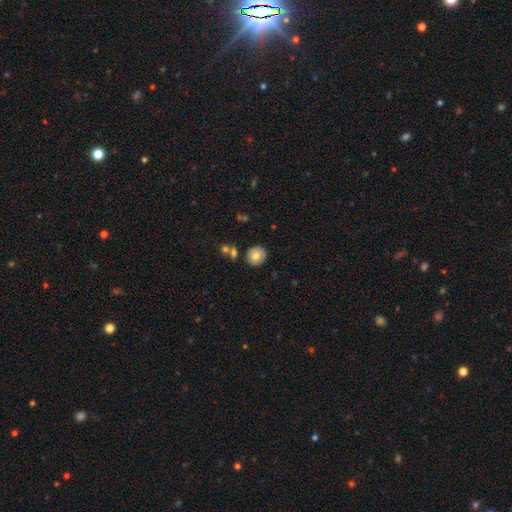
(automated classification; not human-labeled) Smooth or featured? smooth (71%)
How rounded? round (90%)
Merging? none (86%)